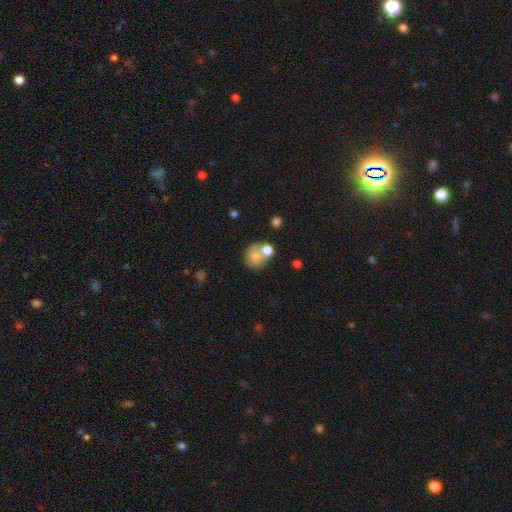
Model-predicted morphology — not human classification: A smooth galaxy with no disk features (73%) that is round (71%). Merging: none (40%).